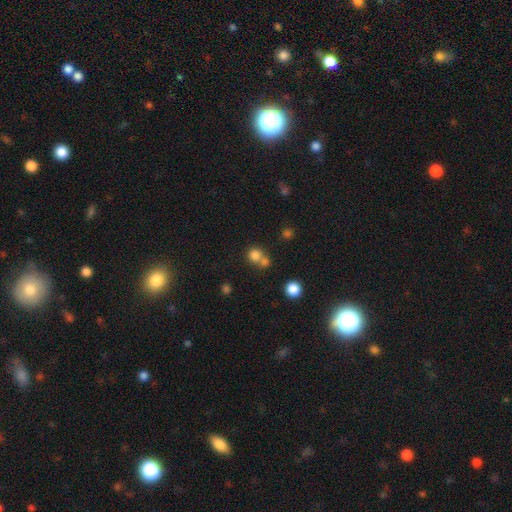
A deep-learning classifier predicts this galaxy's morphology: Smooth or featured? Predicted: smooth (p=0.78). How rounded? Predicted: round (p=0.84). Merging? Predicted: merger (p=0.46).